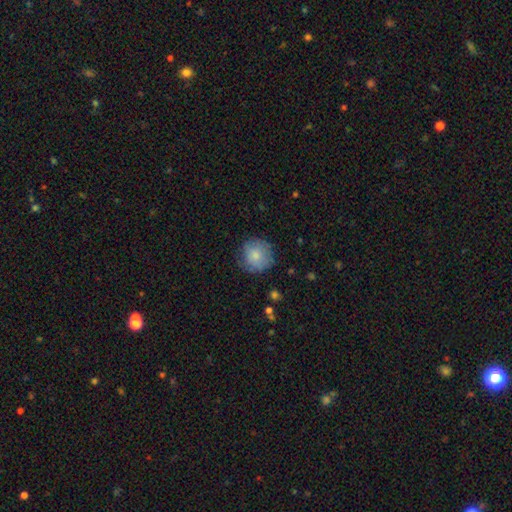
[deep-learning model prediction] Smooth or featured? Predicted: smooth (p=0.78). How rounded? Predicted: round (p=0.90). Merging? Predicted: none (p=0.73).